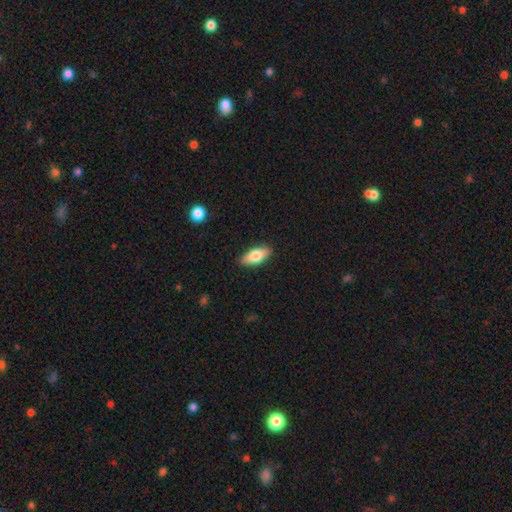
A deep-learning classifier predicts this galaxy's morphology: This appears to be a smooth galaxy with no disk features (72%) that is in between round and cigar-shaped (81%). Merging: none (88%).